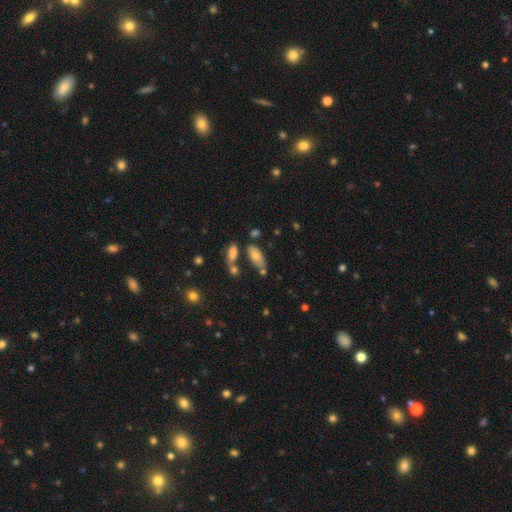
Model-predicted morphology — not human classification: smooth_or_featured: smooth (p=0.76) [alt: featured or disk p=0.15]
how_rounded: in between (p=0.82) [alt: cigar-shaped p=0.16]
merging: none (p=0.60) [alt: merger p=0.18]